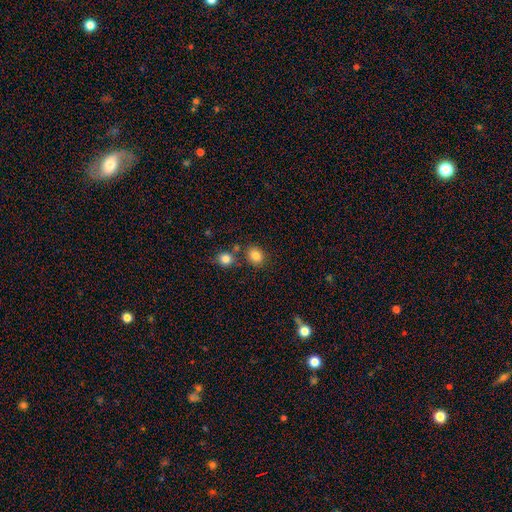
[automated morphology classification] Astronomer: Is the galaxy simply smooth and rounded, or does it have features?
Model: smooth — 83%.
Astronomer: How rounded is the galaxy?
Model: round — 64%.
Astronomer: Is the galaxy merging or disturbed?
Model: none — 74%.